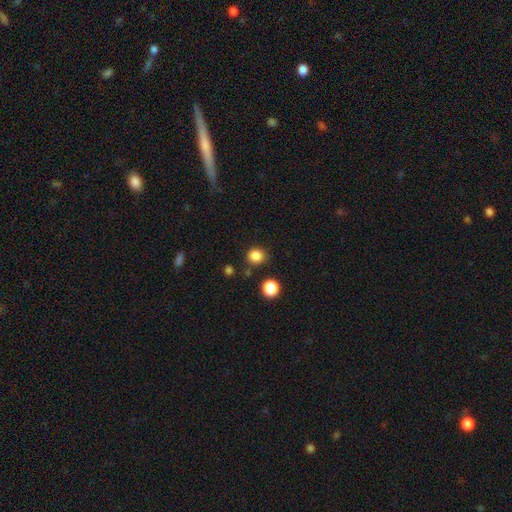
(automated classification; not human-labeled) Smooth or featured?
  - smooth: 84% *
  - star or artifact: 12%
  - featured or disk: 4%
How rounded?
  - round: 84% *
  - in between: 15%
  - cigar-shaped: 1%
Merging?
  - none: 83% *
  - minor disturbance: 9%
  - merger: 5%
  - major disturbance: 3%